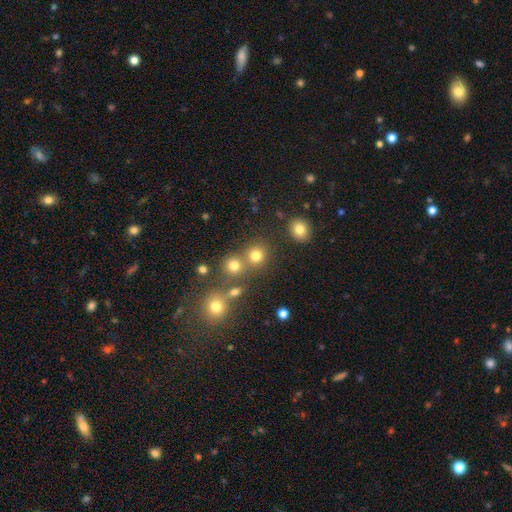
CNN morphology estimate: This appears to be a smooth galaxy with no disk features (77%) that is round (87%). Merging: none (67%).